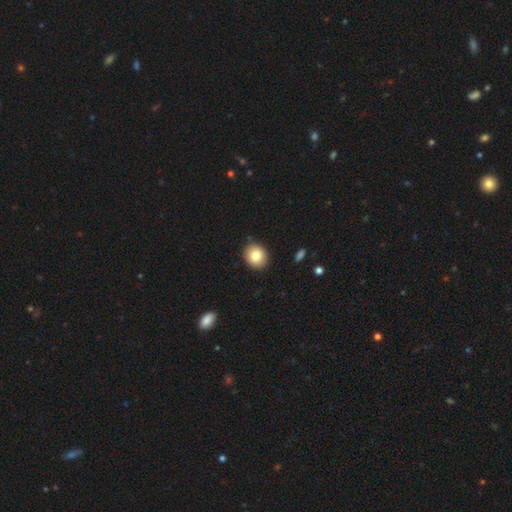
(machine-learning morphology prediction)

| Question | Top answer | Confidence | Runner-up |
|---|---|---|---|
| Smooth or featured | smooth | 81% | featured or disk (10%) |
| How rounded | round | 72% | in between (27%) |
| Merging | none | 88% | minor disturbance (8%) |